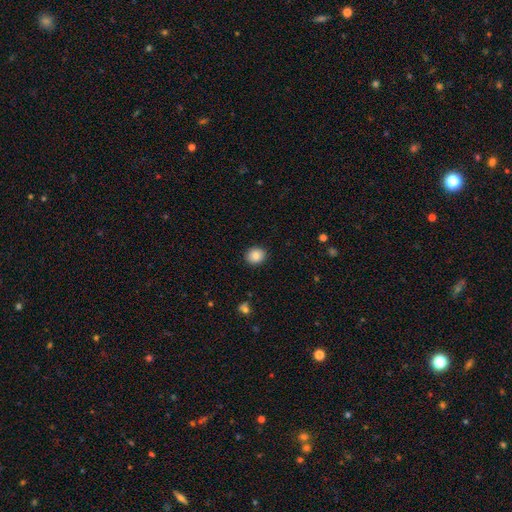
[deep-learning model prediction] This appears to be a smooth galaxy with no disk features (85%) that is round (73%). Merging: none (90%).